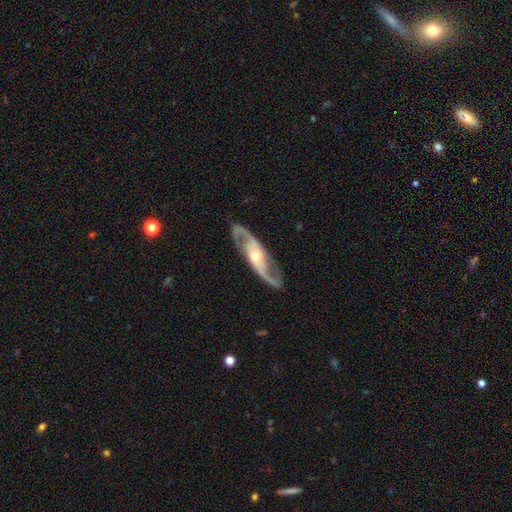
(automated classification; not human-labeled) Smooth or featured?
  - featured or disk: 91% *
  - smooth: 5%
  - star or artifact: 4%
Edge-on disk?
  - no: 89% *
  - yes: 11%
Bar?
  - no: 48% *
  - weak: 36%
  - strong: 17%
Spiral arms?
  - yes: 97% *
  - no: 3%
Spiral winding?
  - medium: 52% *
  - loose: 32%
  - tight: 16%
Spiral arm count?
  - 2: 93% *
  - can't tell: 2%
  - 3: 1%
  - 1: 1%
  - 4: 1%
  - more than 4: 1%
Bulge size?
  - moderate: 67% *
  - small: 23%
  - large: 8%
  - none: 2%
  - dominant: 1%
Merging?
  - none: 84% *
  - minor disturbance: 11%
  - major disturbance: 4%
  - merger: 1%